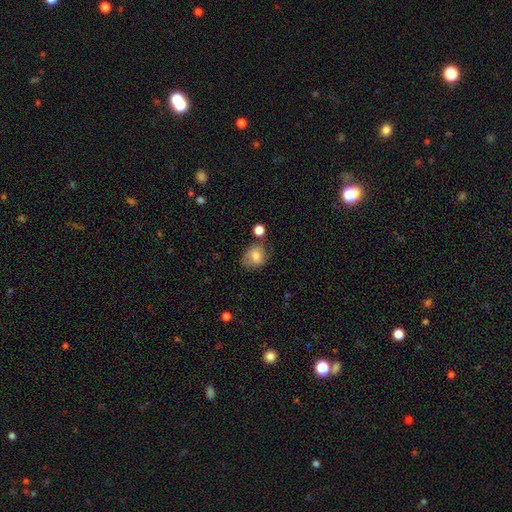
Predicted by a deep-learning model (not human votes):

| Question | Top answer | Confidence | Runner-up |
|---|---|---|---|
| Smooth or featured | smooth | 72% | featured or disk (18%) |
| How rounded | round | 56% | in between (43%) |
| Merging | none | 64% | minor disturbance (21%) |